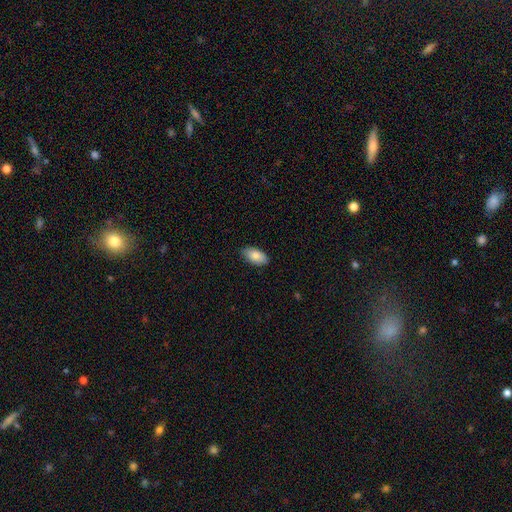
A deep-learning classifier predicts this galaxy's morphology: A smooth galaxy with no disk features (83%) that is in between round and cigar-shaped (95%). Merging: none (85%).